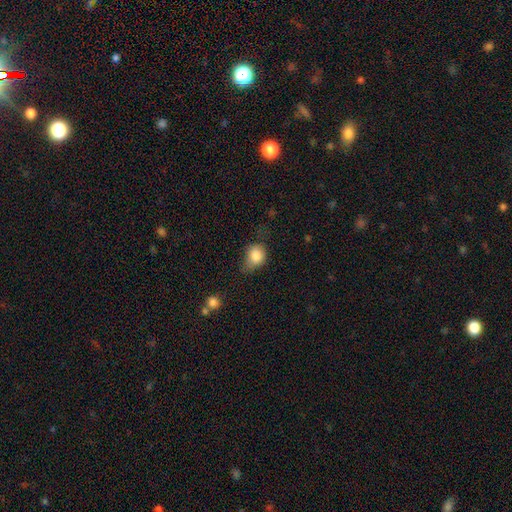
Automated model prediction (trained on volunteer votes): smooth_or_featured: smooth (p=0.82) [alt: star or artifact p=0.09]
how_rounded: round (p=0.51) [alt: in between p=0.48]
merging: minor disturbance (p=0.41) [alt: none p=0.39]